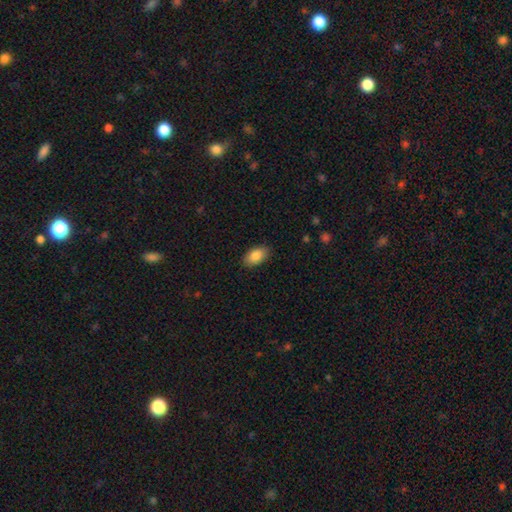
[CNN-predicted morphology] type=smooth (85%); roundness=in between (93%); merging=none (88%).